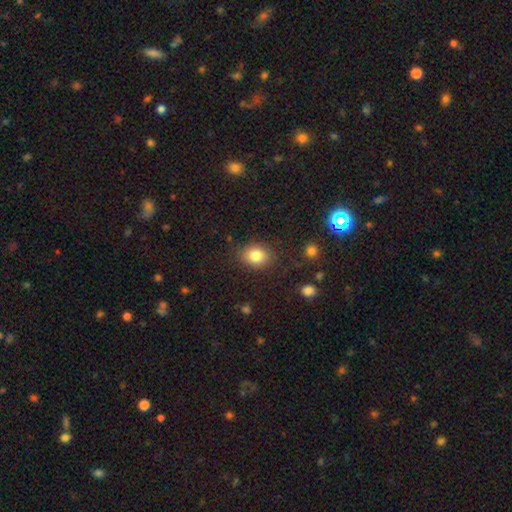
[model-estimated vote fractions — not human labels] Smooth or featured?
  - smooth: 82% *
  - star or artifact: 10%
  - featured or disk: 7%
How rounded?
  - in between: 52% *
  - round: 47%
  - cigar-shaped: 1%
Merging?
  - none: 84% *
  - minor disturbance: 11%
  - major disturbance: 3%
  - merger: 2%